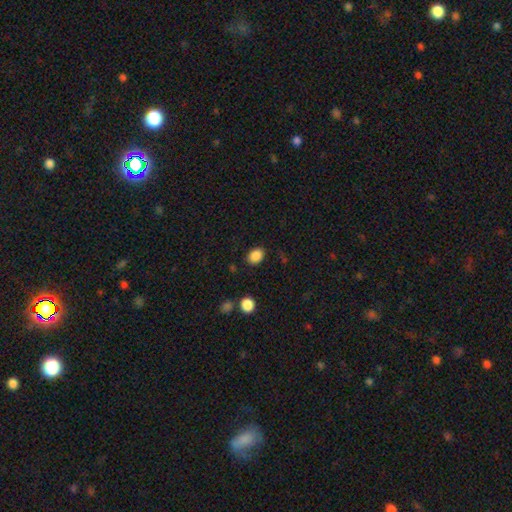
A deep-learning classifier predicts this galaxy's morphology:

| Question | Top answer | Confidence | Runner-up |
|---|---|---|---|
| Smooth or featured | smooth | 87% | star or artifact (9%) |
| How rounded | in between | 61% | round (39%) |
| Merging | none | 84% | minor disturbance (11%) |